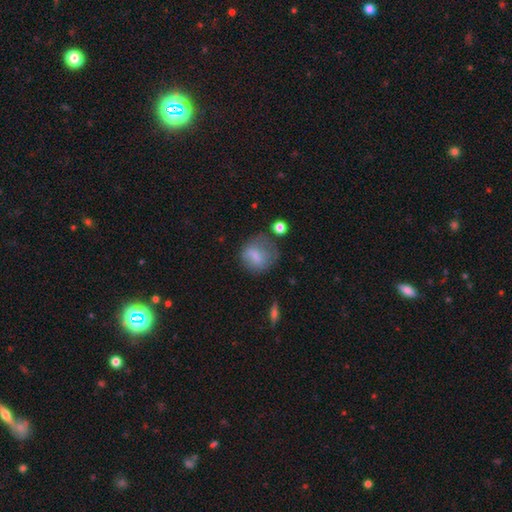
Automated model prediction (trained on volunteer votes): This is likely a smooth galaxy (68%). How rounded: likely round (73%). Merging: possibly none (50%).